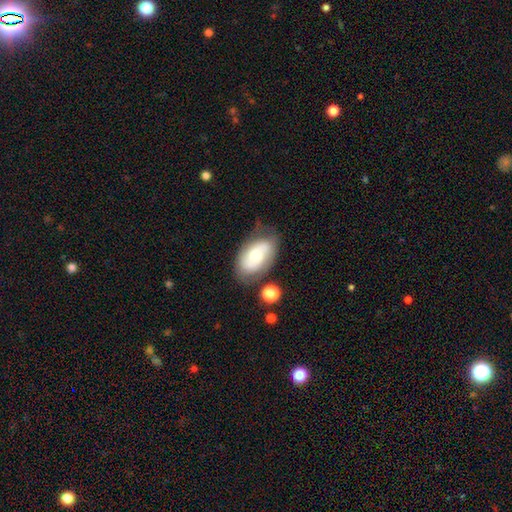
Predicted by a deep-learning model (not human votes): A smooth galaxy with no disk features (50%). Merging: none (63%).